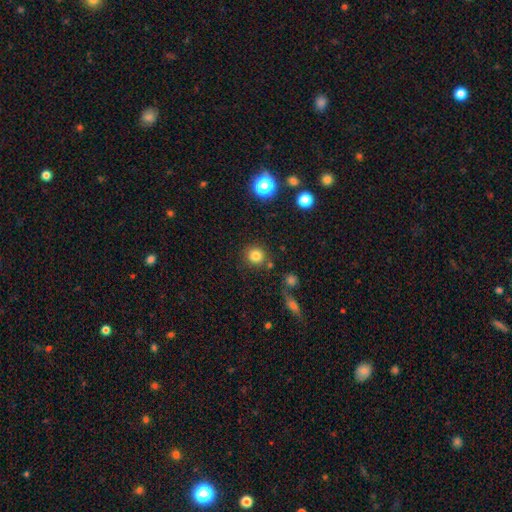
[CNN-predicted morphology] This is clearly a smooth galaxy (81%). How rounded: clearly round (91%). Merging: clearly none (83%).